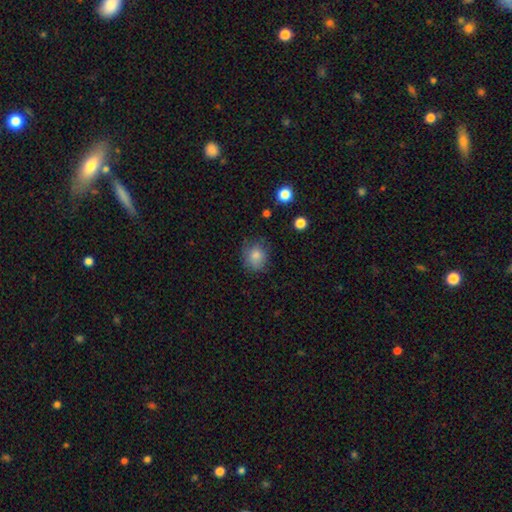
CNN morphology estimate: This appears to be a smooth galaxy with no disk features (81%) that is round (72%). Merging: none (67%).